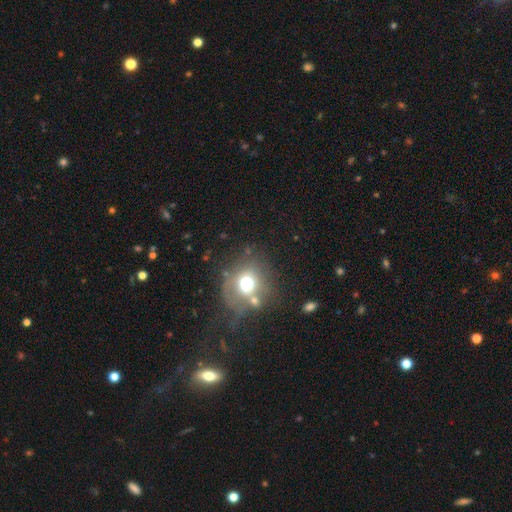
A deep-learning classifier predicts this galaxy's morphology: smooth-or-featured: smooth: 43% | star or artifact: 41% | featured or disk: 17%
  merging: none: 67% | minor disturbance: 13% | merger: 10% | major disturbance: 10%